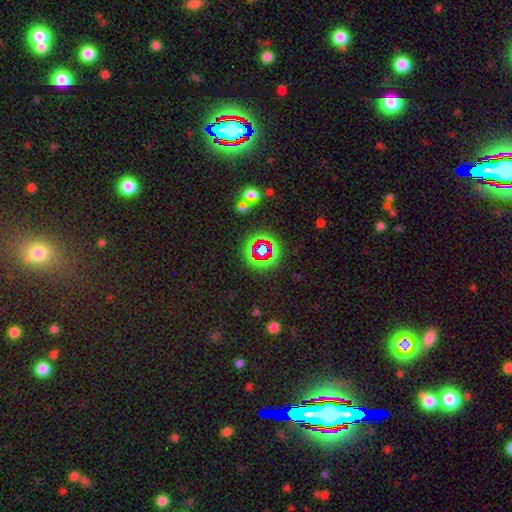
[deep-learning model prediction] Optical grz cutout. It shows a star or artifact, not a galaxy (69%).